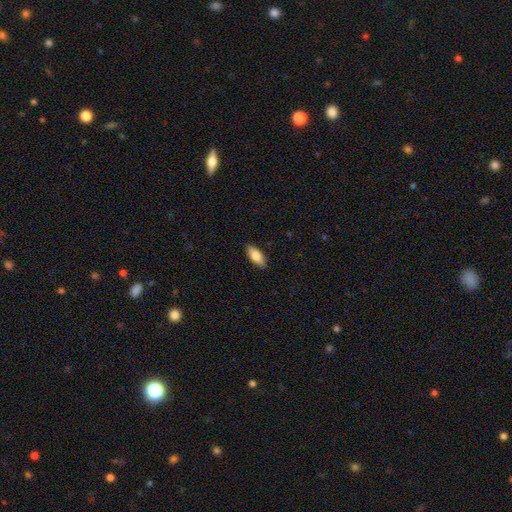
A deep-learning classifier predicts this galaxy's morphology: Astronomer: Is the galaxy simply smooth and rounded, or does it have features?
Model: smooth — 79%.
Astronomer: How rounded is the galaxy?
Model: in between — 81%.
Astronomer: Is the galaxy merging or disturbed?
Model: none — 89%.